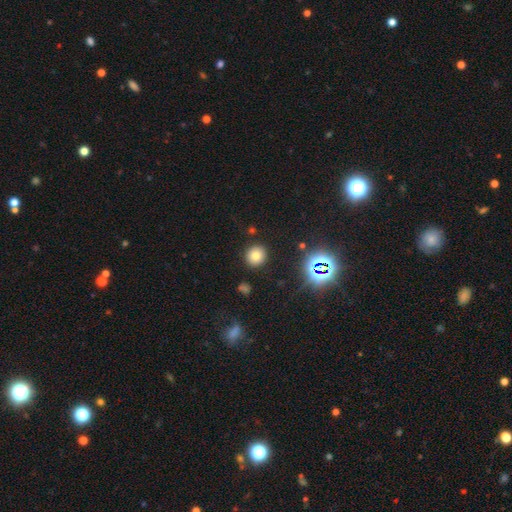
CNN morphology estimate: Smooth or featured: smooth — 74% (star or artifact — 17%)
How rounded: round — 89% (in between — 10%)
Merging: none — 90% (minor disturbance — 6%)